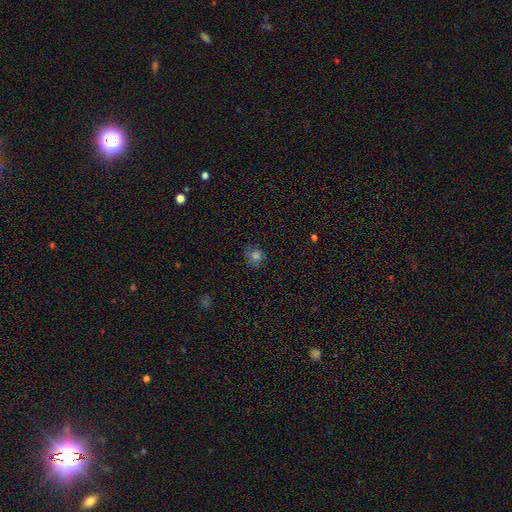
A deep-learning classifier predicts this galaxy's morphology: Q: Smooth or featured?
A: smooth (74%); runner-up: star or artifact (15%)
Q: How rounded?
A: round (82%); runner-up: in between (17%)
Q: Merging?
A: none (74%); runner-up: minor disturbance (18%)